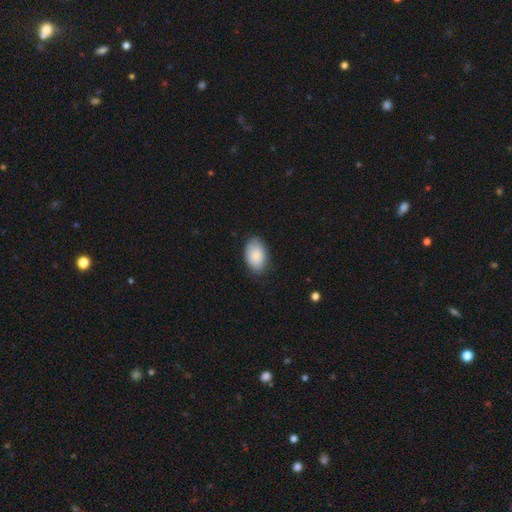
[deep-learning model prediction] Q: Smooth or featured?
A: smooth (86%); runner-up: featured or disk (7%)
Q: How rounded?
A: in between (90%); runner-up: round (9%)
Q: Merging?
A: none (79%); runner-up: minor disturbance (17%)